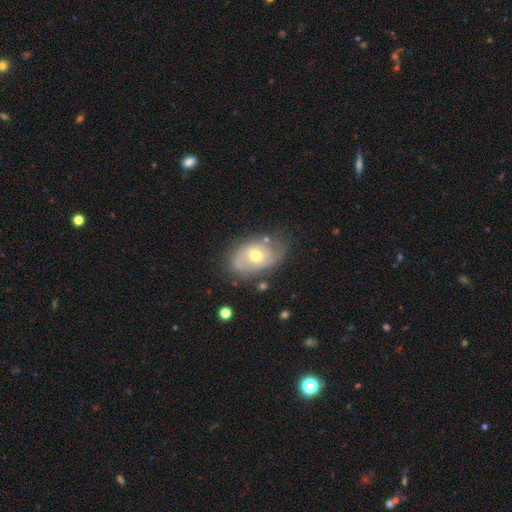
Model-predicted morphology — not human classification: type=featured or disk (67%); edge-on=no (95%); bar=no (72%); spiral arms=yes (77%); bulge=moderate (72%); merging=none (62%).